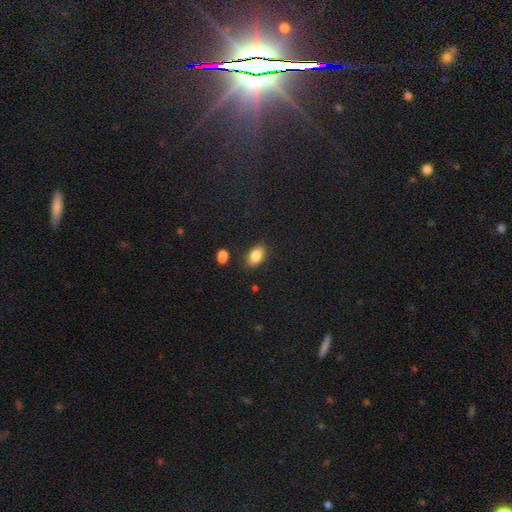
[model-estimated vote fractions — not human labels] Overall: smooth (83%). How rounded: in between (88%). Merging: none (83%).